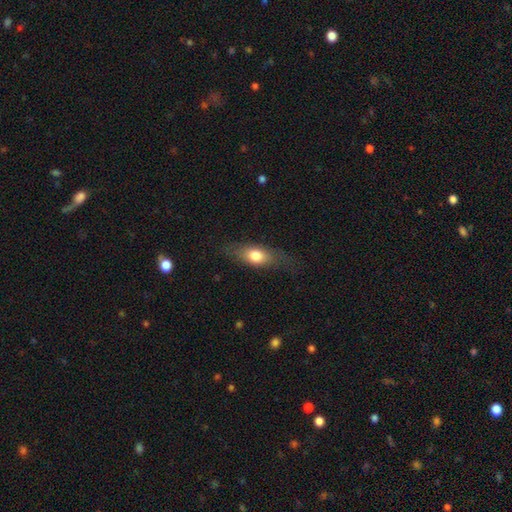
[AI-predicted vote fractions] This is likely a smooth galaxy (70%). How rounded: likely in between (73%). Merging: likely none (69%).